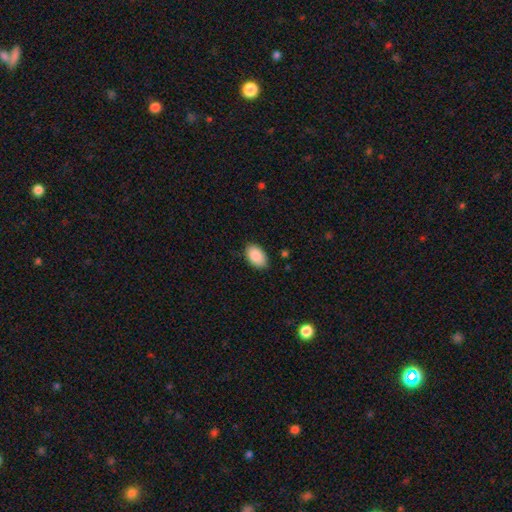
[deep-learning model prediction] Smooth or featured? smooth (89%)
How rounded? in between (93%)
Merging? none (86%)